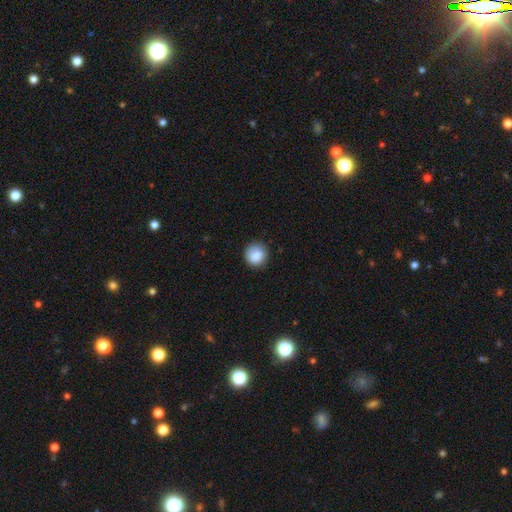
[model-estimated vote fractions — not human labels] smooth-or-featured: smooth: 87% | star or artifact: 8% | featured or disk: 5%
  how-rounded: round: 90% | in between: 9% | cigar-shaped: 1%
  merging: none: 85% | minor disturbance: 12% | major disturbance: 3% | merger: 1%